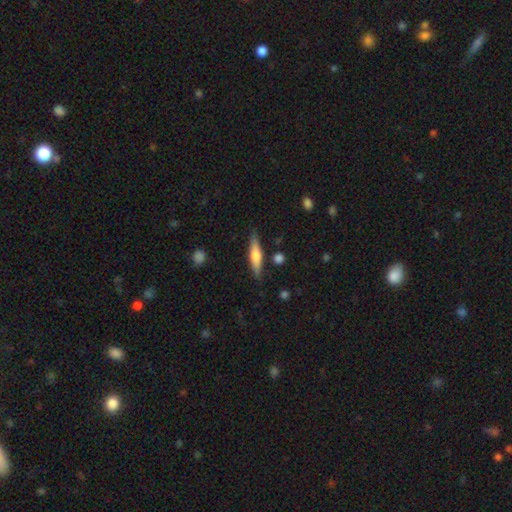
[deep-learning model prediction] Smooth or featured? Predicted: smooth (p=0.52). How rounded? Predicted: cigar-shaped (p=0.79). Merging? Predicted: none (p=0.84).